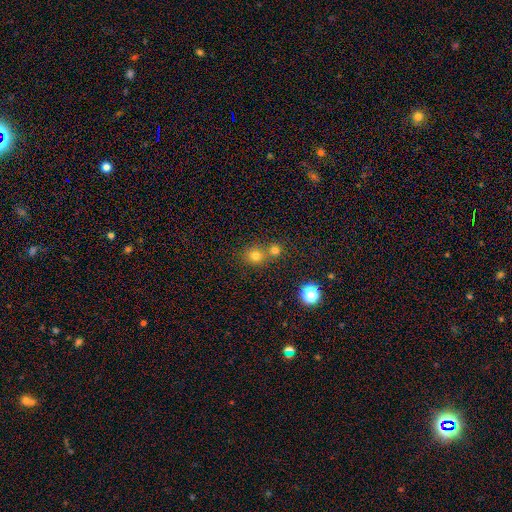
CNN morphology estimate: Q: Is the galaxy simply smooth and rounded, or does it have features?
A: smooth — 75%.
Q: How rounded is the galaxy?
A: round — 84%.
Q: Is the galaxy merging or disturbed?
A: none — 53%.